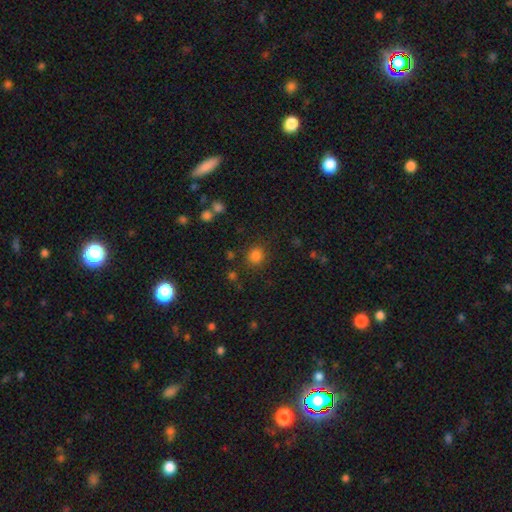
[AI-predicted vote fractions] Morphology: type=smooth (82%); roundness=round (86%); merging=none (83%).